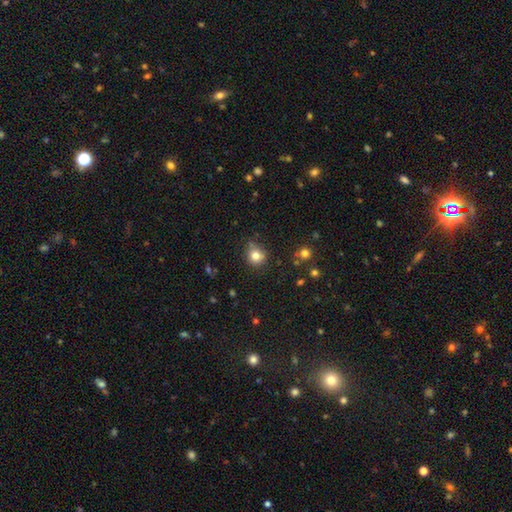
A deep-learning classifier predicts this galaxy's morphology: Smooth or featured: smooth — 79% (star or artifact — 13%)
How rounded: round — 84% (in between — 15%)
Merging: none — 74% (minor disturbance — 18%)